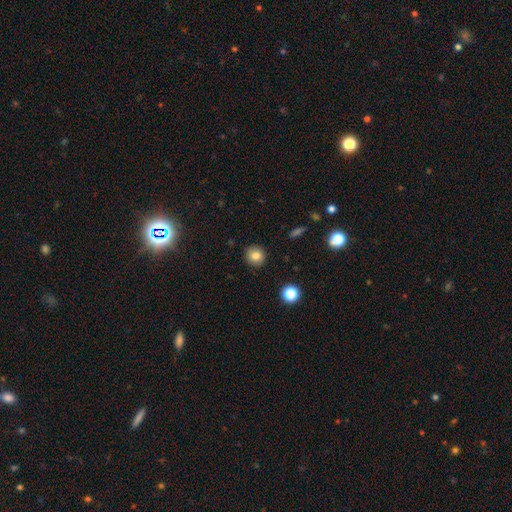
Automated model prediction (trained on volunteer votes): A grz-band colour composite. It shows a smooth galaxy with no disk features (81%) that is round (92%). Merging: none (91%).